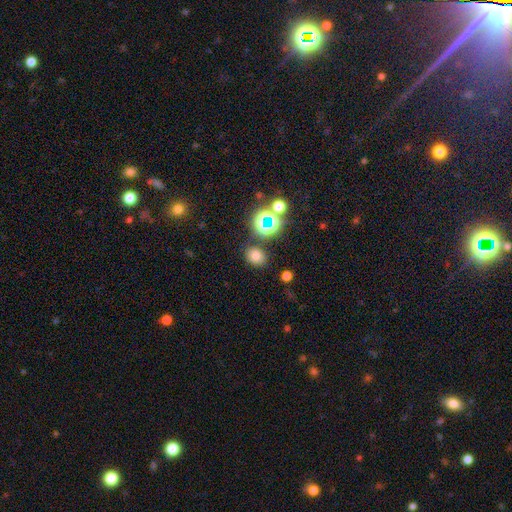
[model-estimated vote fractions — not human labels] A smooth galaxy with no disk features (70%) that is round (52%). Merging: none (81%).